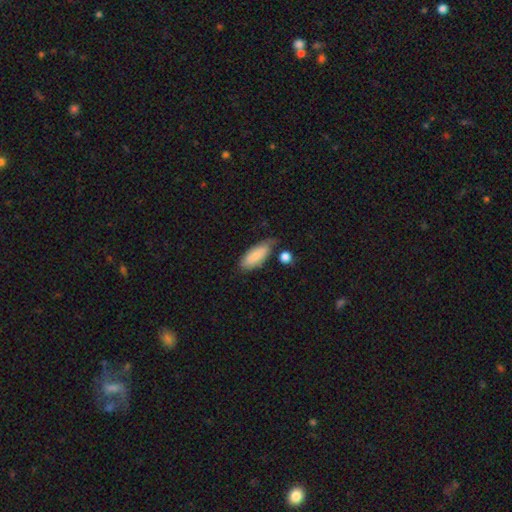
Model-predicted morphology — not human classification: This is clearly a smooth galaxy (81%). How rounded: likely in between (79%). Merging: likely none (61%).